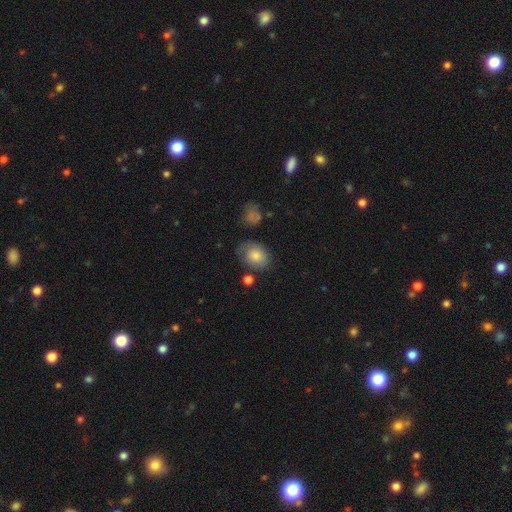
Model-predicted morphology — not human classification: smooth 78%, featured or disk 13%, star or artifact 9%. Down the decision tree: how rounded — in between (63%); merging — none (60%).